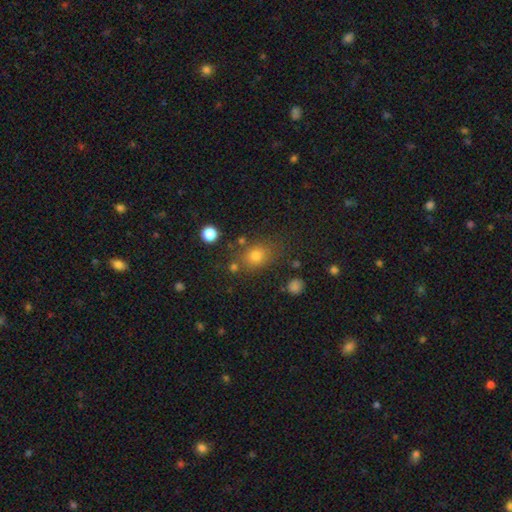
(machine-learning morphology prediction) Smooth or featured? Predicted: smooth (p=0.75). How rounded? Predicted: round (p=0.54). Merging? Predicted: none (p=0.72).